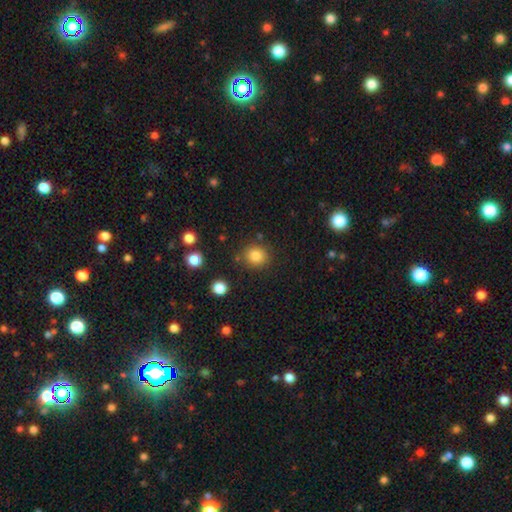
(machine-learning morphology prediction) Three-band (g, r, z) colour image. It shows a smooth galaxy with no disk features (83%) that is round (83%). Merging: none (85%).